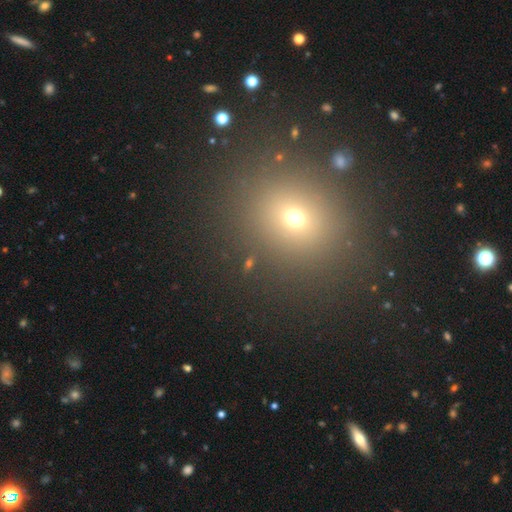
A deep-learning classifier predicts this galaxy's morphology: smooth_or_featured: smooth (p=0.57) [alt: star or artifact p=0.34]
how_rounded: round (p=0.76) [alt: in between p=0.22]
merging: none (p=0.89) [alt: minor disturbance p=0.06]